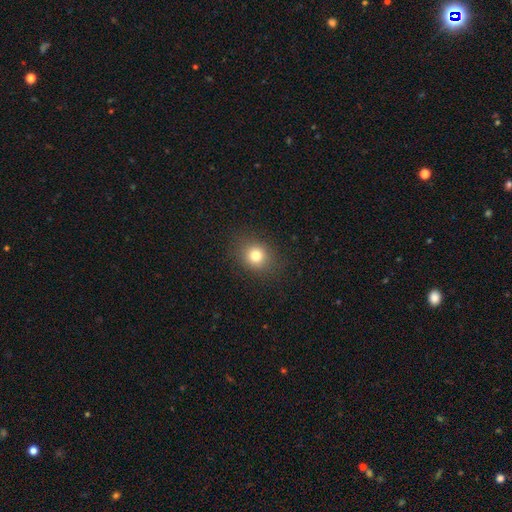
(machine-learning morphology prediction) This is clearly a smooth galaxy (80%). How rounded: likely round (71%). Merging: clearly none (87%).